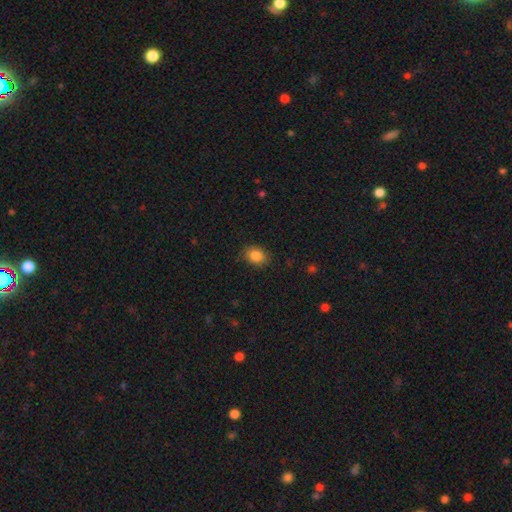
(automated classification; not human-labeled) Smooth or featured: smooth — 86% (star or artifact — 9%)
How rounded: in between — 65% (round — 34%)
Merging: none — 85% (minor disturbance — 12%)